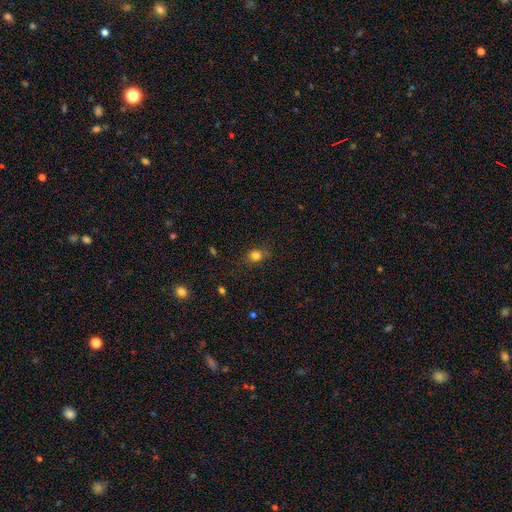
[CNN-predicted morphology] Smooth or featured? smooth (78%)
How rounded? round (65%)
Merging? none (74%)